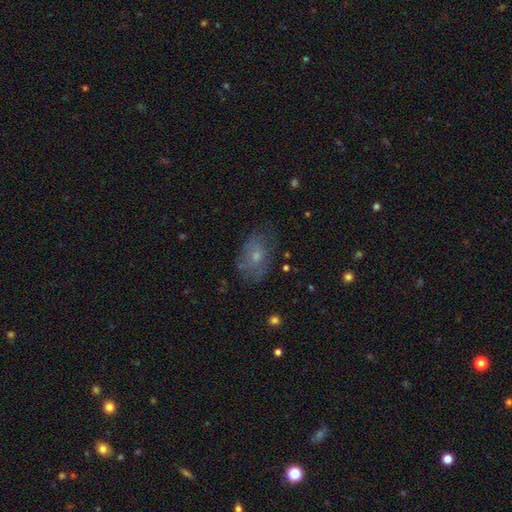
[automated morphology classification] Q: Smooth or featured?
A: smooth (53%); runner-up: featured or disk (35%)
Q: How rounded?
A: in between (78%); runner-up: round (21%)
Q: Merging?
A: none (63%); runner-up: minor disturbance (23%)